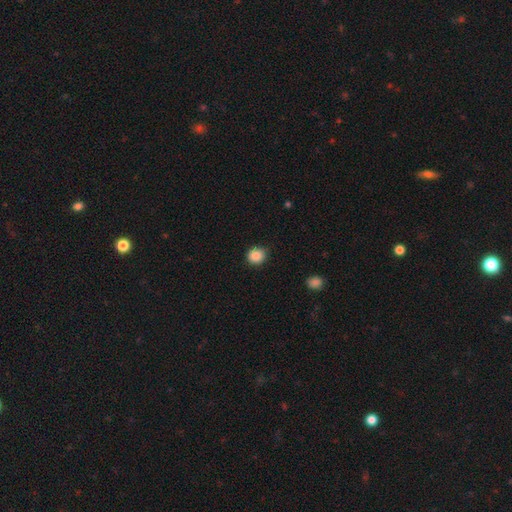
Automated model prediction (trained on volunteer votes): A smooth galaxy with no disk features (87%) that is round (88%). Merging: none (86%).